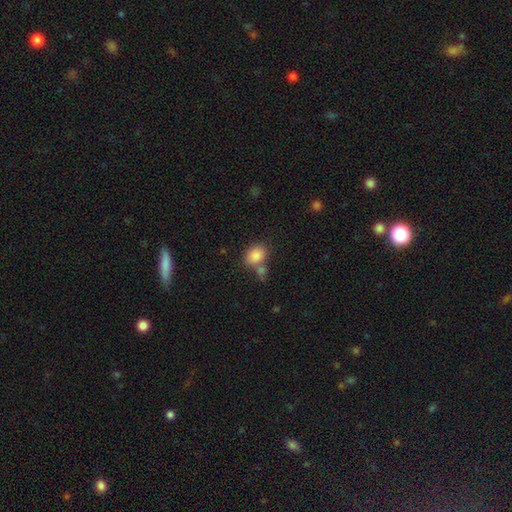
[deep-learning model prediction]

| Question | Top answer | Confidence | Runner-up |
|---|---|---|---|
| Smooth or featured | smooth | 86% | star or artifact (9%) |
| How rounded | in between | 71% | round (28%) |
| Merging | none | 54% | merger (28%) |